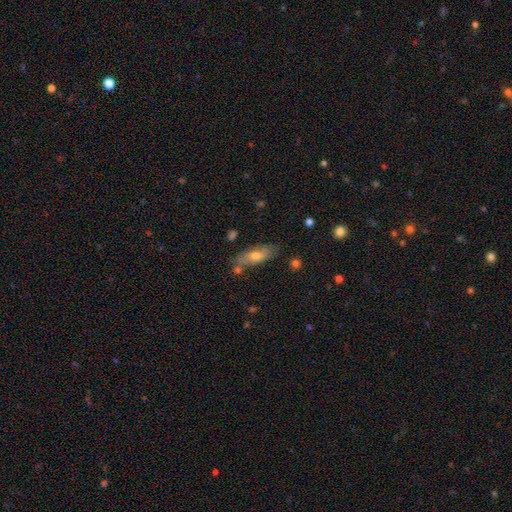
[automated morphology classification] smooth-or-featured: smooth: 61% | featured or disk: 31% | star or artifact: 8%
  how-rounded: in between: 54% | cigar-shaped: 43% | round: 3%
  merging: none: 74% | minor disturbance: 16% | merger: 6% | major disturbance: 4%